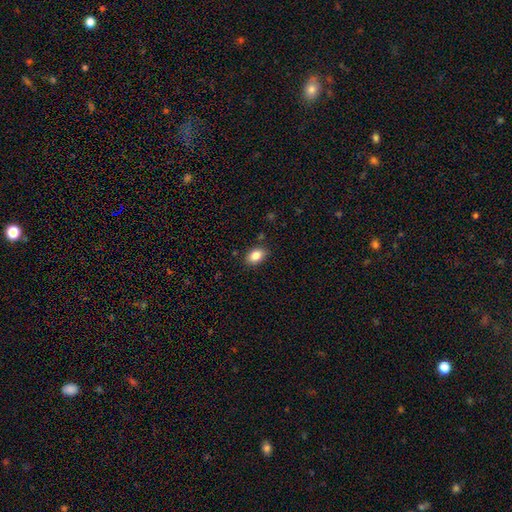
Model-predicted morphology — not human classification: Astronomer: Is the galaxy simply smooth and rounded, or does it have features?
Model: smooth — 85%.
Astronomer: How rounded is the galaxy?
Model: in between — 80%.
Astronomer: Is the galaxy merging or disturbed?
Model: none — 85%.